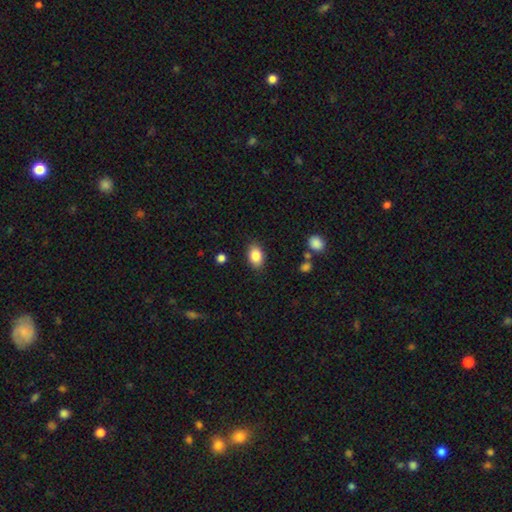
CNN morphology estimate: Smooth or featured?
  - smooth: 86% *
  - star or artifact: 8%
  - featured or disk: 7%
How rounded?
  - in between: 85% *
  - round: 13%
  - cigar-shaped: 2%
Merging?
  - none: 85% *
  - minor disturbance: 11%
  - major disturbance: 3%
  - merger: 1%